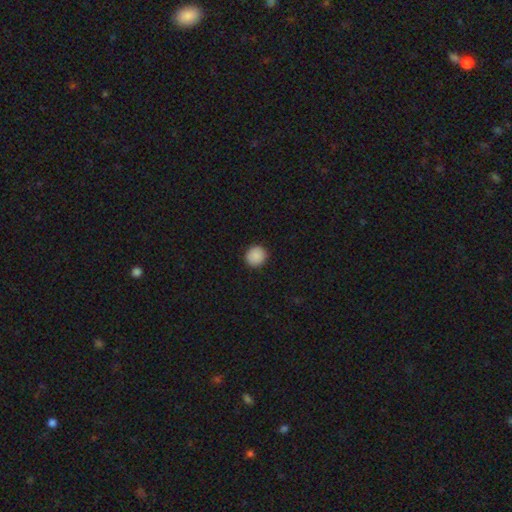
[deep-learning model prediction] Smooth or featured?
  - smooth: 88% *
  - star or artifact: 8%
  - featured or disk: 3%
How rounded?
  - round: 93% *
  - in between: 6%
  - cigar-shaped: 1%
Merging?
  - none: 92% *
  - minor disturbance: 5%
  - major disturbance: 2%
  - merger: 1%